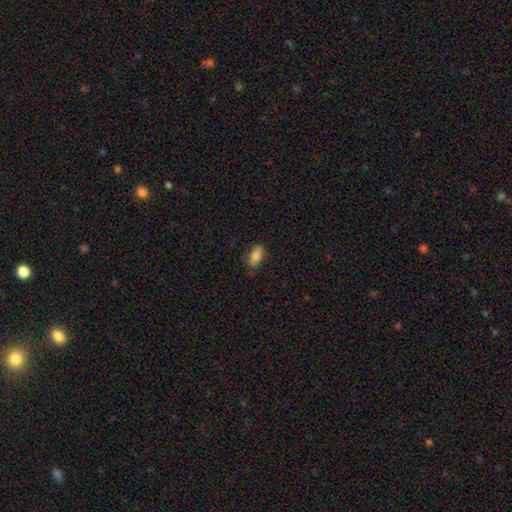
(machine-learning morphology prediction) Smooth or featured?
  - smooth: 81% *
  - featured or disk: 12%
  - star or artifact: 8%
How rounded?
  - in between: 87% *
  - cigar-shaped: 9%
  - round: 3%
Merging?
  - none: 77% *
  - minor disturbance: 19%
  - major disturbance: 3%
  - merger: 1%